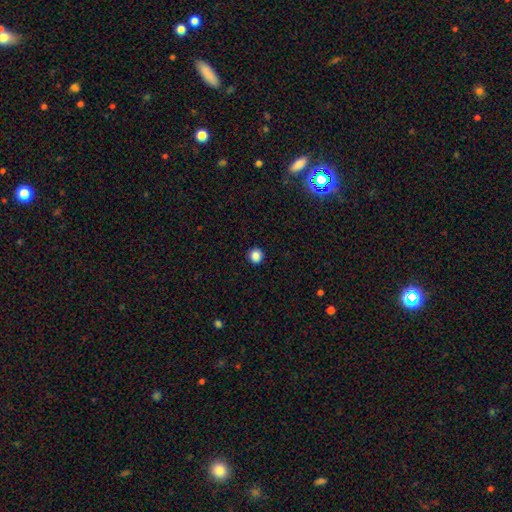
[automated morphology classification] smooth-or-featured: smooth: 86% | star or artifact: 11% | featured or disk: 3%
  how-rounded: round: 95% | in between: 4% | cigar-shaped: 1%
  merging: none: 93% | minor disturbance: 4% | major disturbance: 2% | merger: 1%